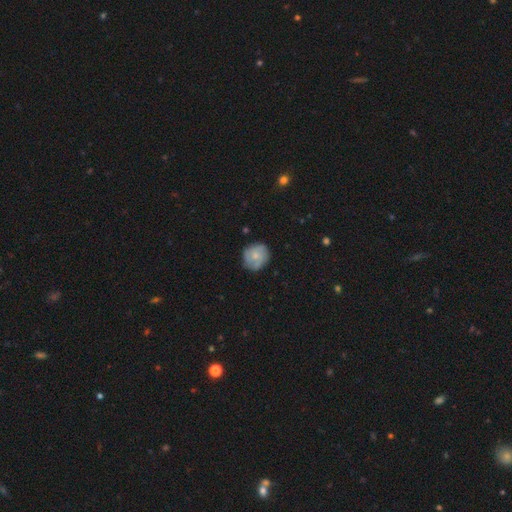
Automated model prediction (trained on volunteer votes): A smooth galaxy with no disk features (62%) that is round (86%).

Vote fractions:
- Smooth or featured? smooth: 62% / featured or disk: 31% / star or artifact: 7%
- How rounded? round: 86% / in between: 13% / cigar-shaped: 1%
- Merging? none: 76% / minor disturbance: 18% / major disturbance: 4% / merger: 1%